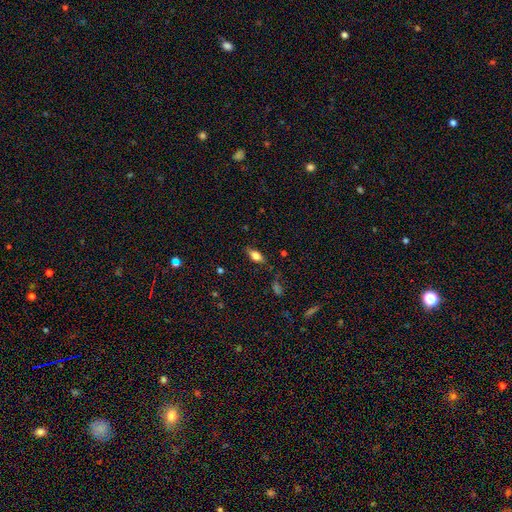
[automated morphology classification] Smooth or featured: smooth — 71% (featured or disk — 20%)
How rounded: in between — 80% (cigar-shaped — 16%)
Merging: none — 80% (minor disturbance — 14%)